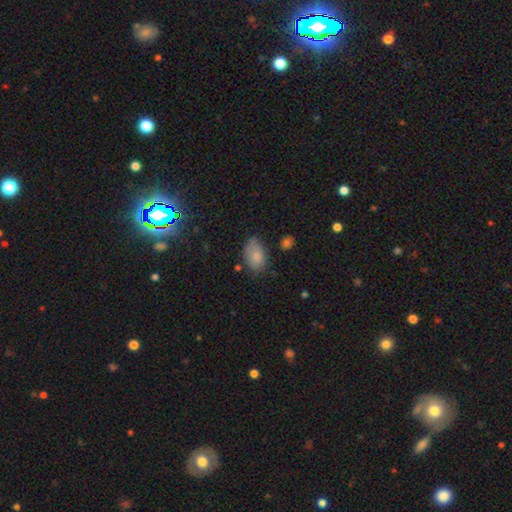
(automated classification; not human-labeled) smooth_or_featured: smooth (p=0.82) [alt: featured or disk p=0.09]
how_rounded: in between (p=0.90) [alt: round p=0.09]
merging: none (p=0.62) [alt: minor disturbance p=0.28]